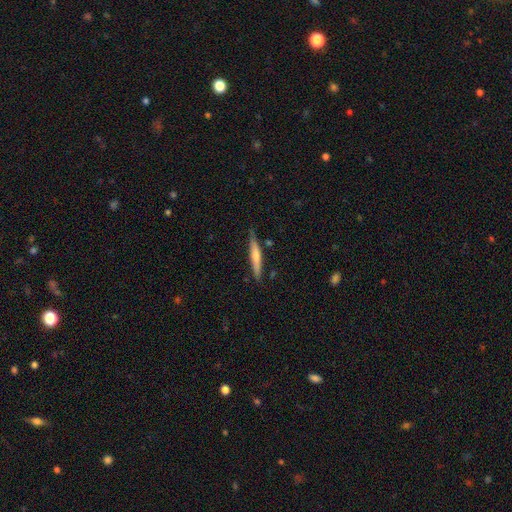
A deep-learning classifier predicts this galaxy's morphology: Smooth or featured: featured or disk — 57% (smooth — 36%)
Edge-on disk: yes — 96% (no — 4%)
Edge-on bulge: rounded — 72% (none — 20%)
Merging: none — 85% (minor disturbance — 12%)